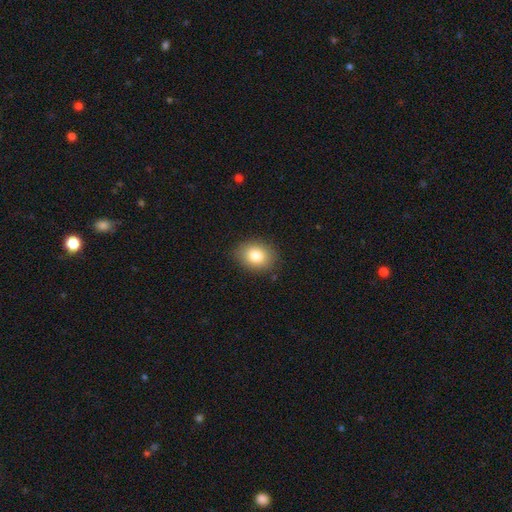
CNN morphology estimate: Smooth or featured?
  - smooth: 82% *
  - star or artifact: 9%
  - featured or disk: 9%
How rounded?
  - in between: 60% *
  - round: 39%
  - cigar-shaped: 1%
Merging?
  - none: 87% *
  - minor disturbance: 10%
  - major disturbance: 3%
  - merger: 1%